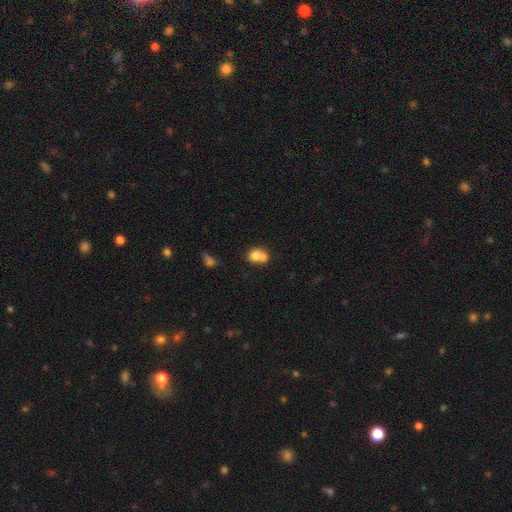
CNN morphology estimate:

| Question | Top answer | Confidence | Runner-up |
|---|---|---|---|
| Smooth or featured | smooth | 71% | featured or disk (19%) |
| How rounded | round | 62% | in between (37%) |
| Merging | merger | 65% | none (24%) |